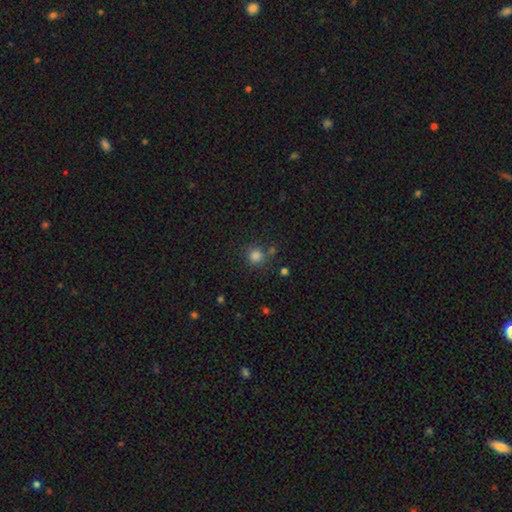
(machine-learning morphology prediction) Smooth or featured? Predicted: smooth (p=0.82). How rounded? Predicted: round (p=0.89). Merging? Predicted: none (p=0.75).